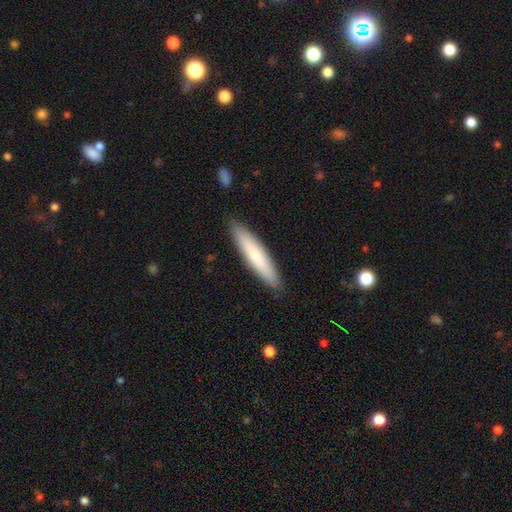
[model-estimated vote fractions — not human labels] Smooth or featured?
  - smooth: 73% *
  - featured or disk: 22%
  - star or artifact: 5%
How rounded?
  - cigar-shaped: 87% *
  - in between: 12%
  - round: 1%
Merging?
  - none: 90% *
  - minor disturbance: 8%
  - major disturbance: 1%
  - merger: 1%